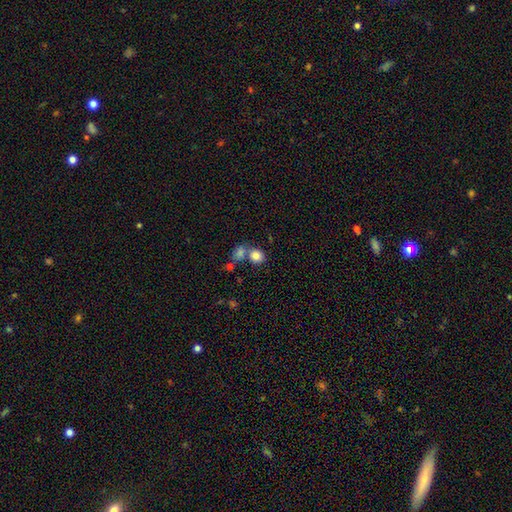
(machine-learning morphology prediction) smooth 83%, star or artifact 10%, featured or disk 7%. Down the decision tree: how rounded — round (74%); merging — none (49%).